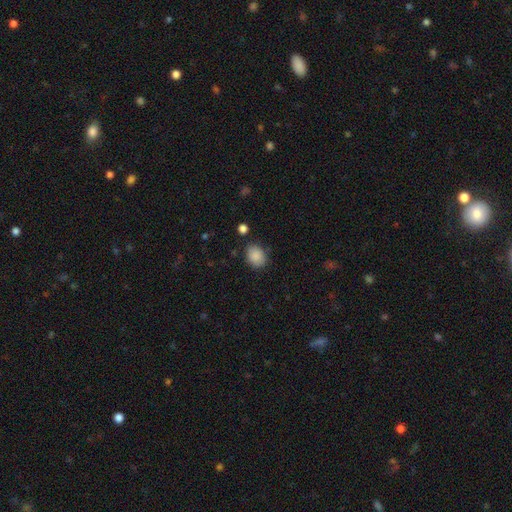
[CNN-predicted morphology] type=smooth (88%); roundness=round (50%); merging=none (79%).